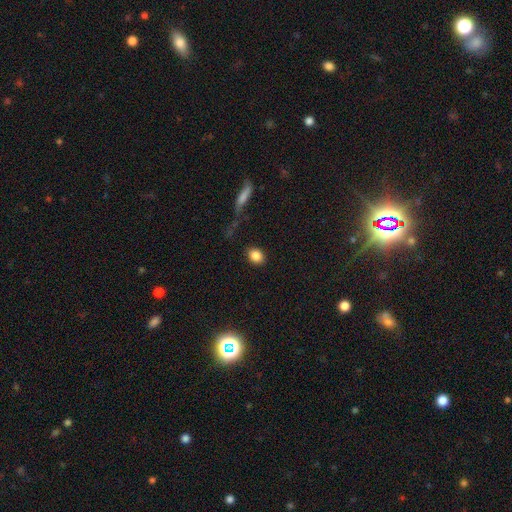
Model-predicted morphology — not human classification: Q: Smooth or featured?
A: smooth (87%); runner-up: star or artifact (8%)
Q: How rounded?
A: in between (51%); runner-up: round (47%)
Q: Merging?
A: none (86%); runner-up: minor disturbance (8%)